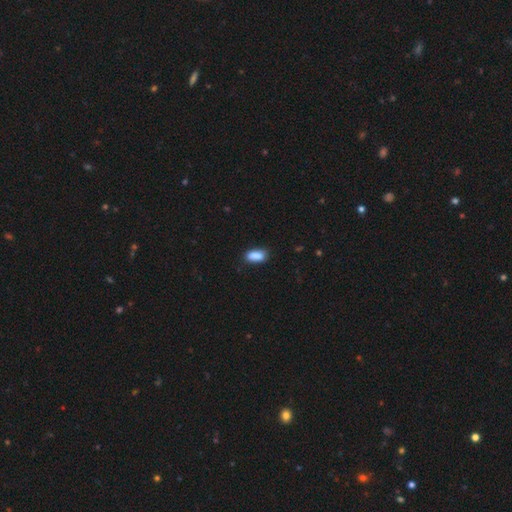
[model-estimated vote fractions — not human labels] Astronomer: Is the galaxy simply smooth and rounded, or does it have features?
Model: smooth — 88%.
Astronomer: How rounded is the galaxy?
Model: in between — 85%.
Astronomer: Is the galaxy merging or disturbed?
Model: none — 78%.